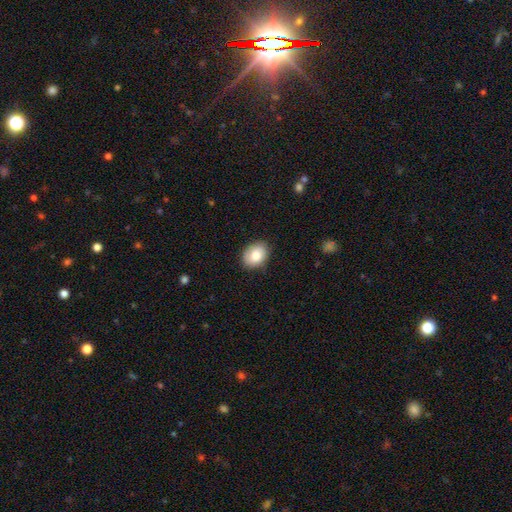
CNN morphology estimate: Smooth or featured?
  - smooth: 82% *
  - featured or disk: 10%
  - star or artifact: 8%
How rounded?
  - in between: 64% *
  - round: 35%
  - cigar-shaped: 1%
Merging?
  - none: 84% *
  - minor disturbance: 12%
  - major disturbance: 2%
  - merger: 1%